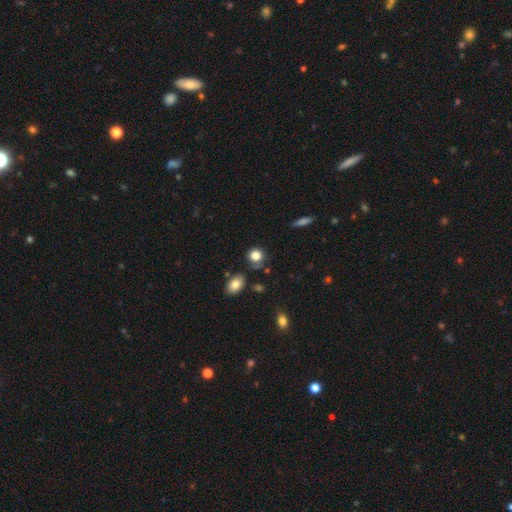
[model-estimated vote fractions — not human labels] Morphology: type=smooth (84%); roundness=round (79%); merging=none (71%).